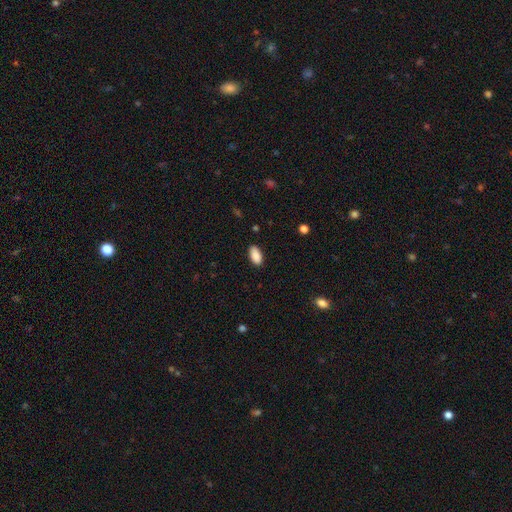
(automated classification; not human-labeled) smooth 89%, star or artifact 7%, featured or disk 4%. Down the decision tree: how rounded — in between (92%); merging — none (87%).